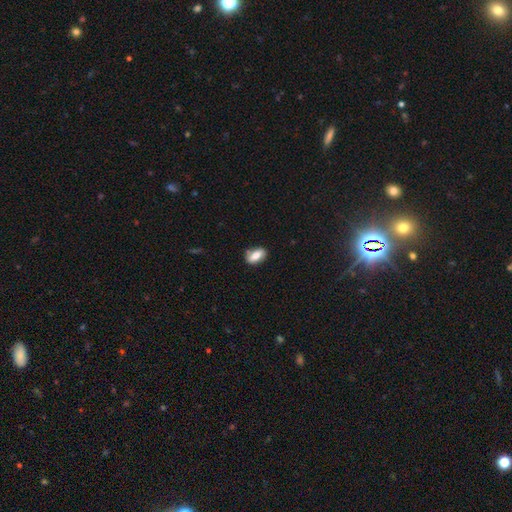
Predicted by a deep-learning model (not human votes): The model was most divided on "merging": none: 71%, minor disturbance: 19%, merger: 6%, major disturbance: 4%. More confident: how rounded — in between (87%); smooth or featured — smooth (74%).